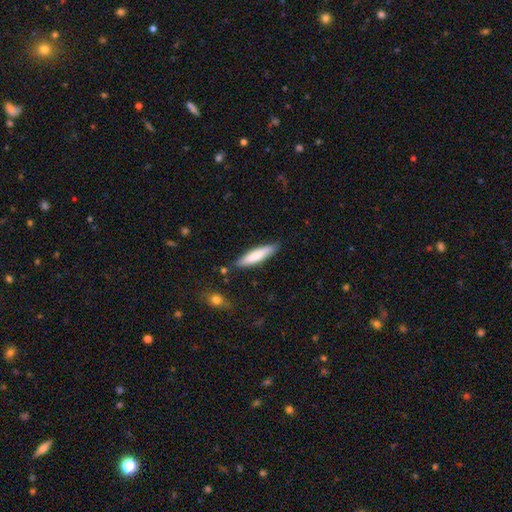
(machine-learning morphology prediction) type=smooth (78%); roundness=cigar-shaped (77%); merging=none (84%).